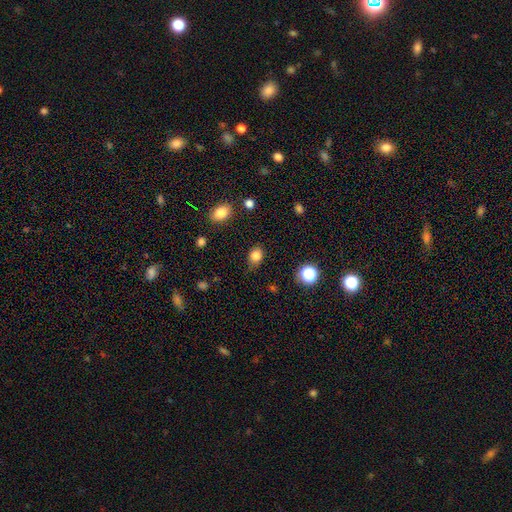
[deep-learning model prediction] This is clearly a smooth galaxy (83%). How rounded: possibly in between (55%). Merging: likely none (77%).